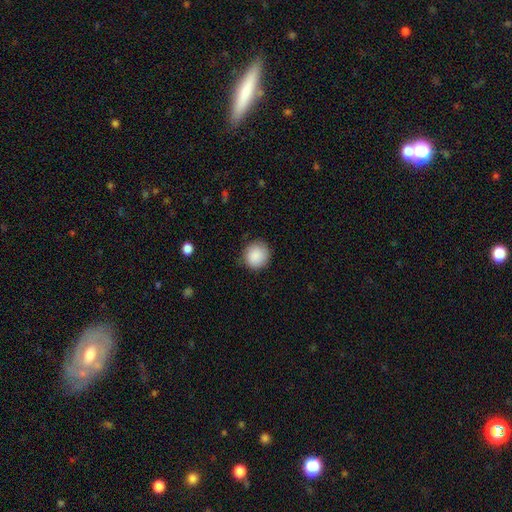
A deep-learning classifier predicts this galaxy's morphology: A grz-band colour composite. It shows a smooth galaxy with no disk features (89%) that is round (88%). Merging: none (84%).